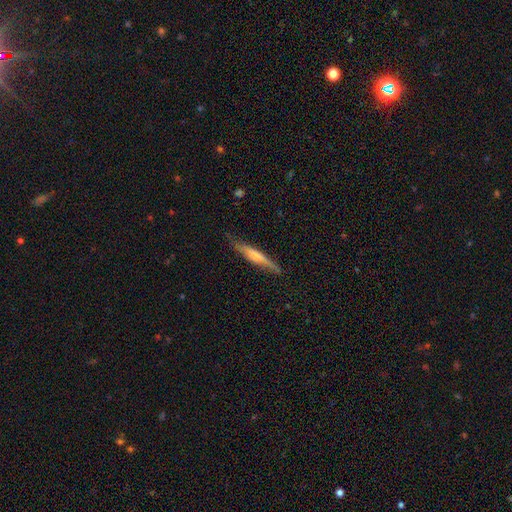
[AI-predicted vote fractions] The model was most divided on "smooth or featured": smooth: 50%, featured or disk: 44%, star or artifact: 6%. More confident: how rounded — cigar-shaped (92%); merging — none (79%).